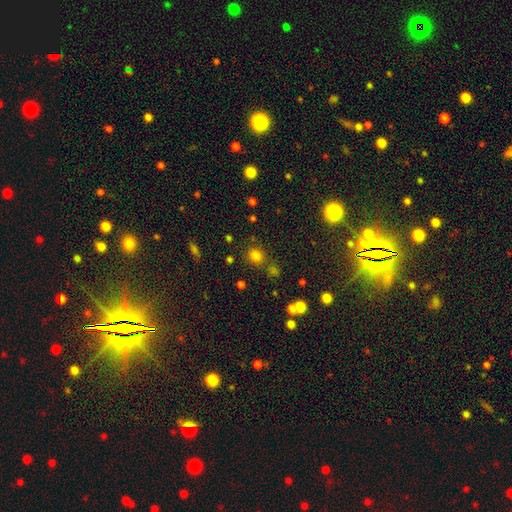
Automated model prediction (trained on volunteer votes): The model was most divided on "smooth or featured": smooth: 74%, star or artifact: 20%, featured or disk: 6%. More confident: how rounded — round (83%); merging — none (77%).